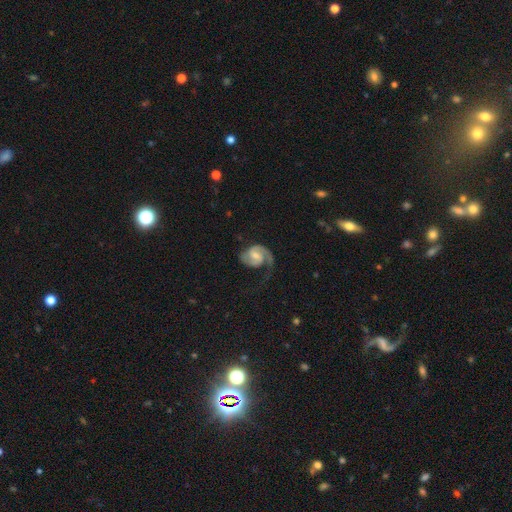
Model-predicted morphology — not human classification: Q: Smooth or featured?
A: featured or disk (81%); runner-up: smooth (14%)
Q: Edge-on disk?
A: no (98%); runner-up: yes (2%)
Q: Bar?
A: weak (52%); runner-up: no (35%)
Q: Spiral arms?
A: yes (95%); runner-up: no (5%)
Q: Spiral winding?
A: medium (46%); runner-up: loose (27%)
Q: Spiral arm count?
A: 2 (57%); runner-up: 1 (36%)
Q: Bulge size?
A: small (43%); runner-up: moderate (40%)
Q: Merging?
A: none (47%); runner-up: major disturbance (31%)